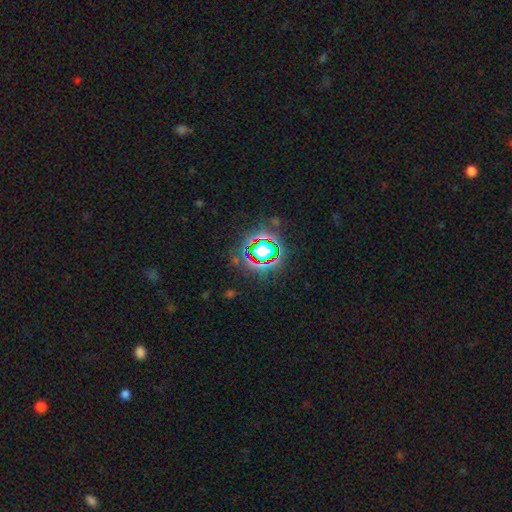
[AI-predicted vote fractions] A star or artifact, not a galaxy (79%).

Vote fractions:
- Smooth or featured? star or artifact: 79% / smooth: 13% / featured or disk: 8%